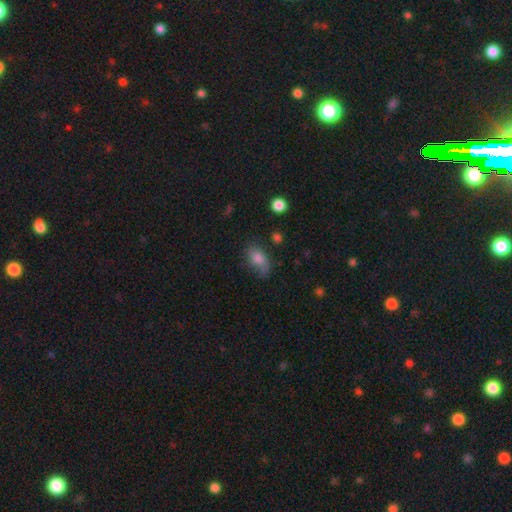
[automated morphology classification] Smooth or featured? smooth (67%)
How rounded? in between (81%)
Merging? none (65%)